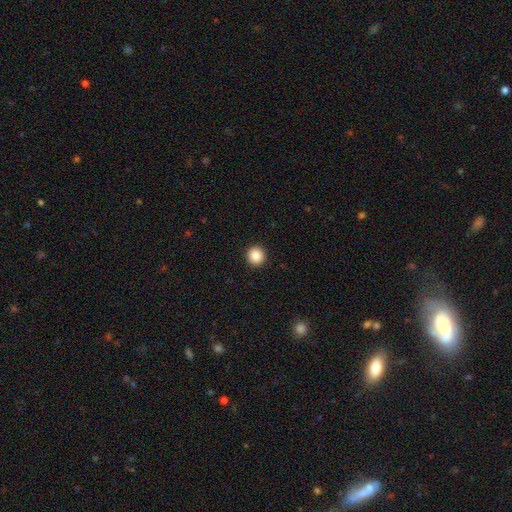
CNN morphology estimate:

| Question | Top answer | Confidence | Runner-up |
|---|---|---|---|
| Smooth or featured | smooth | 87% | star or artifact (10%) |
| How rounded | round | 95% | in between (5%) |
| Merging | none | 93% | minor disturbance (4%) |